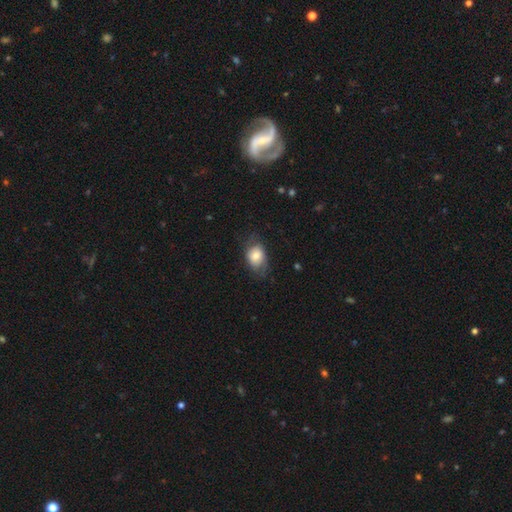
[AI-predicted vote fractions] smooth 68%, featured or disk 25%, star or artifact 8%. Down the decision tree: how rounded — in between (71%); merging — none (60%).